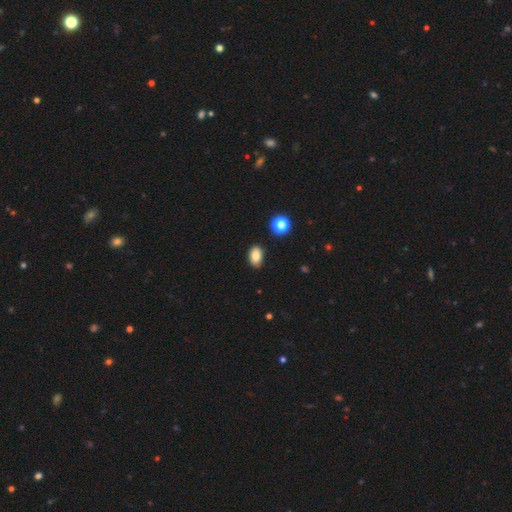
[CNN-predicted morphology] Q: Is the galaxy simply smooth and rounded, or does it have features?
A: smooth — 84%.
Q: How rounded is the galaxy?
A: in between — 87%.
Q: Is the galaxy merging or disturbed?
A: none — 87%.